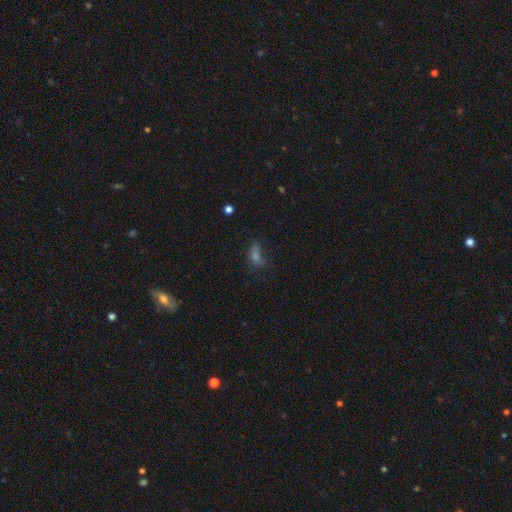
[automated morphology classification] This is possibly a smooth galaxy (57%). How rounded: likely in between (74%). Merging: possibly none (48%).